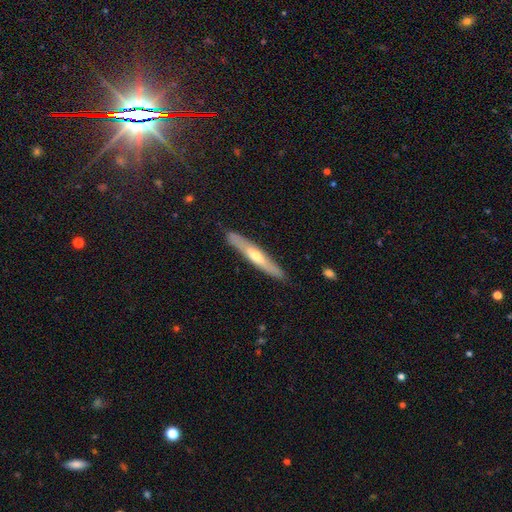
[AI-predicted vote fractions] Smooth or featured: featured or disk — 54% (smooth — 40%)
Edge-on disk: yes — 88% (no — 12%)
Merging: none — 88% (minor disturbance — 9%)